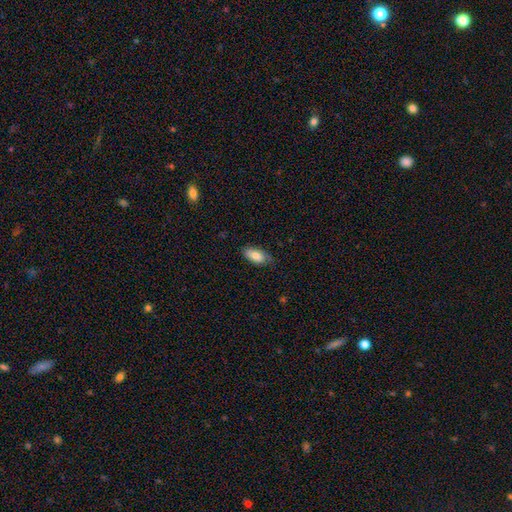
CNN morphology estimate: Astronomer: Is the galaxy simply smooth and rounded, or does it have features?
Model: smooth — 77%.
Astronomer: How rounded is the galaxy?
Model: in between — 90%.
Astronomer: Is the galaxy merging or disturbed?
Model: none — 71%.